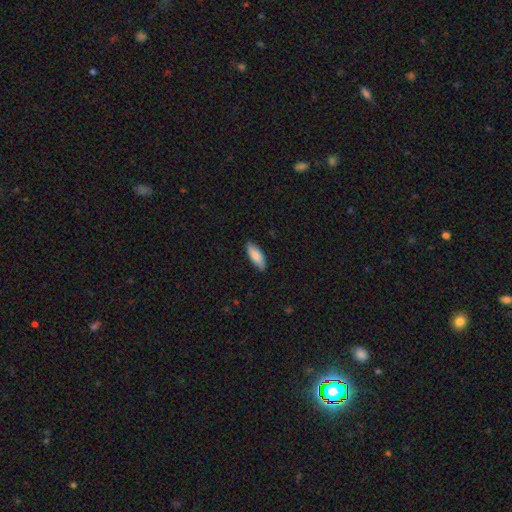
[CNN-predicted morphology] smooth_or_featured: smooth (p=0.87) [alt: featured or disk p=0.08]
how_rounded: in between (p=0.68) [alt: cigar-shaped p=0.30]
merging: none (p=0.86) [alt: minor disturbance p=0.11]